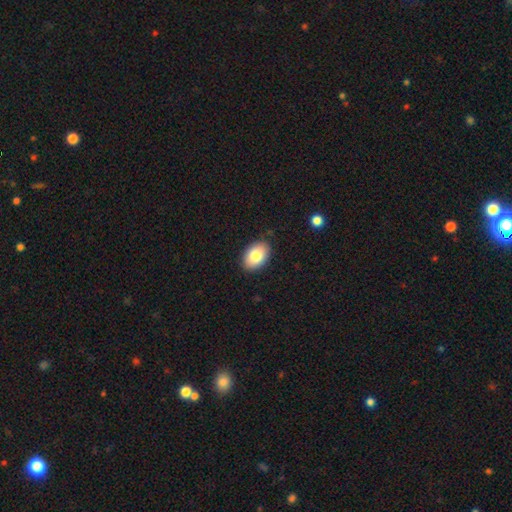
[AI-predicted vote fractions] The model was most divided on "smooth or featured": smooth: 82%, featured or disk: 11%, star or artifact: 7%. More confident: how rounded — in between (88%); merging — none (88%).